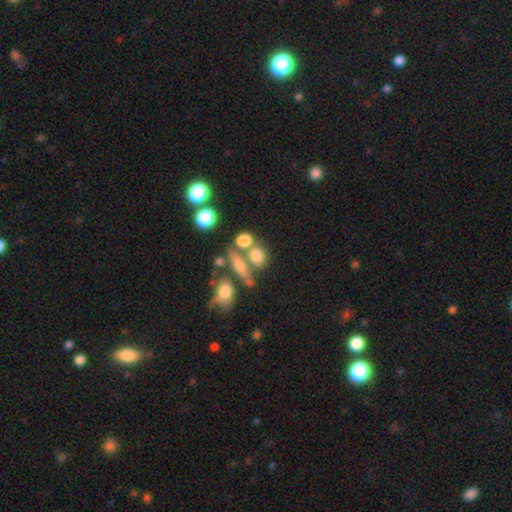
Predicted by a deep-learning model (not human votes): Smooth or featured? smooth (71%)
How rounded? round (52%)
Merging? none (48%)